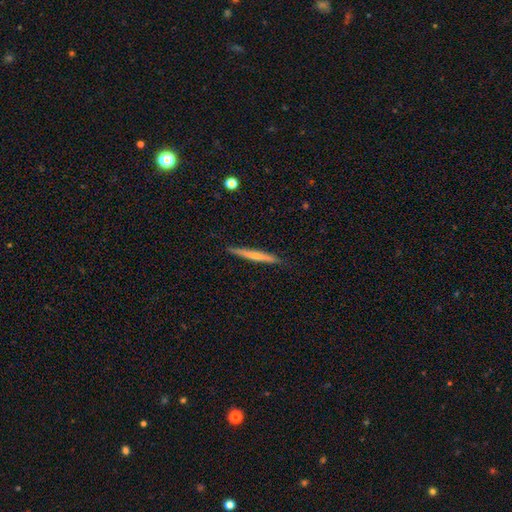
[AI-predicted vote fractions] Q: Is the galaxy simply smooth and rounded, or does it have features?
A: smooth — 50%.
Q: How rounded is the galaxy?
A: cigar-shaped — 96%.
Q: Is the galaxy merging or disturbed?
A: none — 89%.